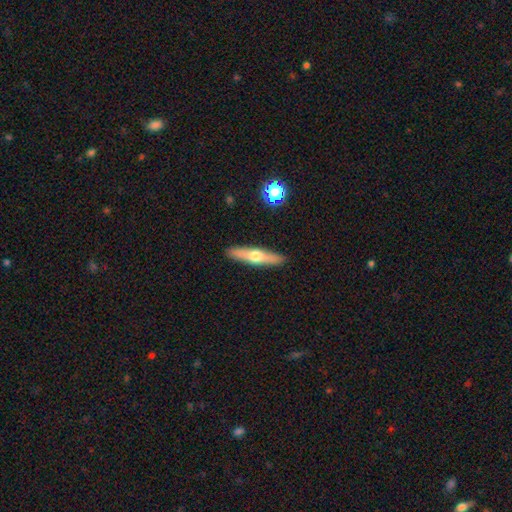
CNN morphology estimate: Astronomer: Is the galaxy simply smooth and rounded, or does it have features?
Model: featured or disk — 49% (runner-up: smooth, 45%).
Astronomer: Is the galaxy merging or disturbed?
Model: none — 91%.